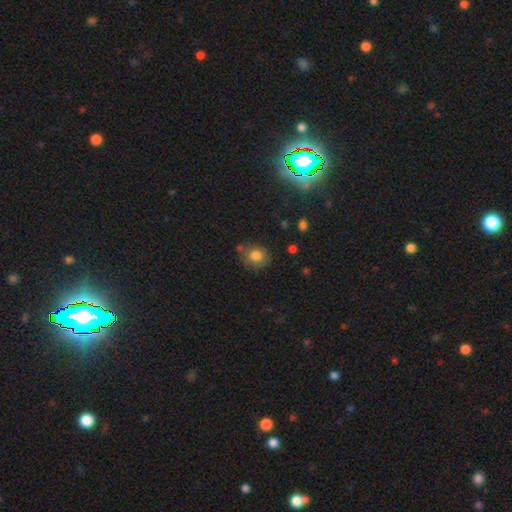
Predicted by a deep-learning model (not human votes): smooth 78%, featured or disk 11%, star or artifact 11%. Down the decision tree: how rounded — round (69%); merging — none (71%).